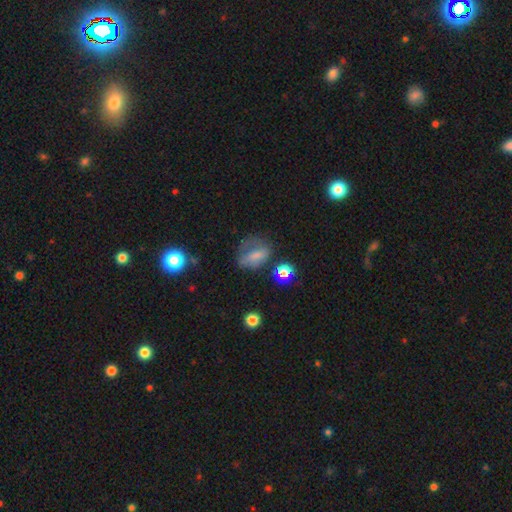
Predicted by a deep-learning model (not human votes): Smooth or featured? smooth (60%)
How rounded? in between (68%)
Merging? none (42%)